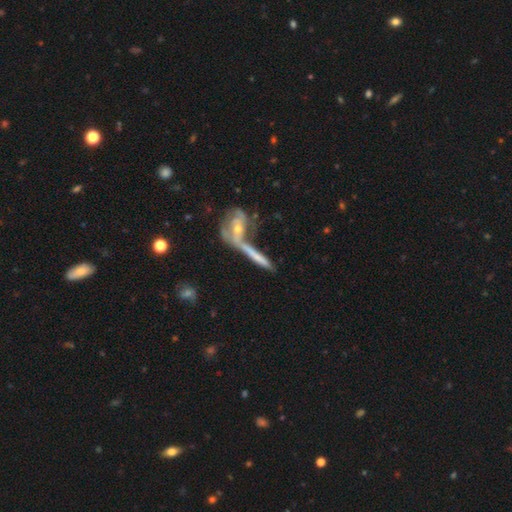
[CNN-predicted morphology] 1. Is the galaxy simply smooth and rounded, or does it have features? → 51% featured or disk, 41% smooth, 8% star or artifact.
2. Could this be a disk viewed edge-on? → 62% yes, 38% no.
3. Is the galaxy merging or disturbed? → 46% merger, 36% none, 11% minor disturbance, 7% major disturbance.